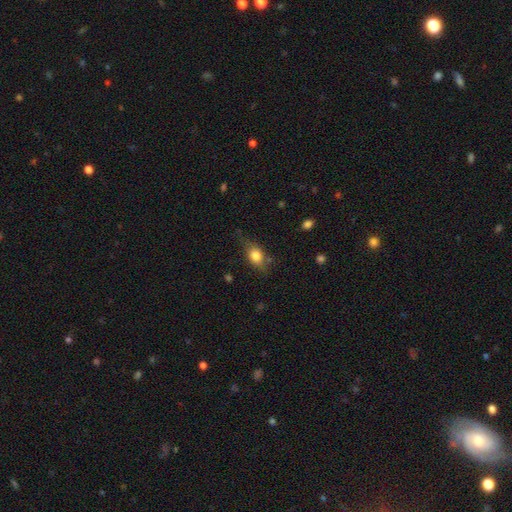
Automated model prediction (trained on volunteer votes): This appears to be a smooth galaxy with no disk features (76%) that is in between round and cigar-shaped (71%). Merging: none (65%).